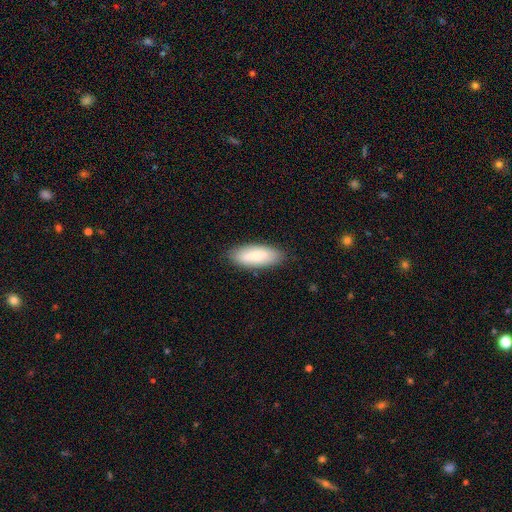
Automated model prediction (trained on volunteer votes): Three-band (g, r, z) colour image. It shows a smooth galaxy with no disk features (78%) that is in between round and cigar-shaped (78%). Merging: none (86%).